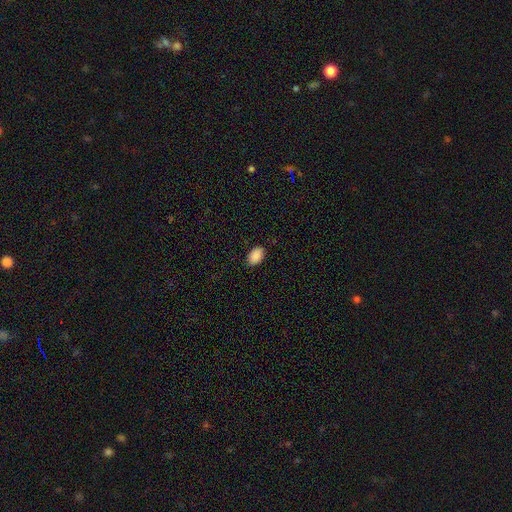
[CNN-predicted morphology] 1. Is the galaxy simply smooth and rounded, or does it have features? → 89% smooth, 8% star or artifact, 3% featured or disk.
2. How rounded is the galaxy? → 91% in between, 8% round, 1% cigar-shaped.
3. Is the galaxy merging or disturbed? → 88% none, 9% minor disturbance, 2% major disturbance, 1% merger.